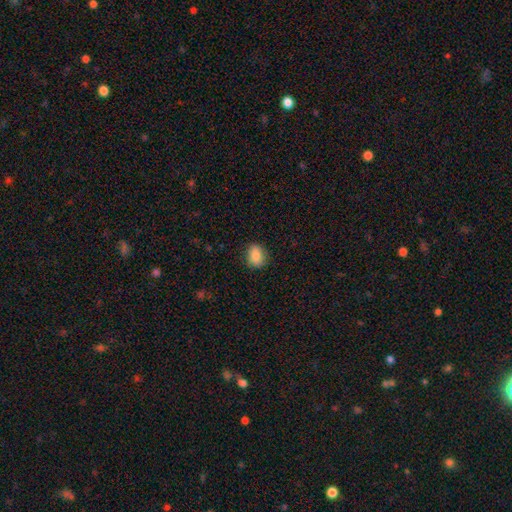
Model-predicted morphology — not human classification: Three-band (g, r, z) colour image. It shows a smooth galaxy with no disk features (85%) that is in between round and cigar-shaped (63%). Merging: none (81%).